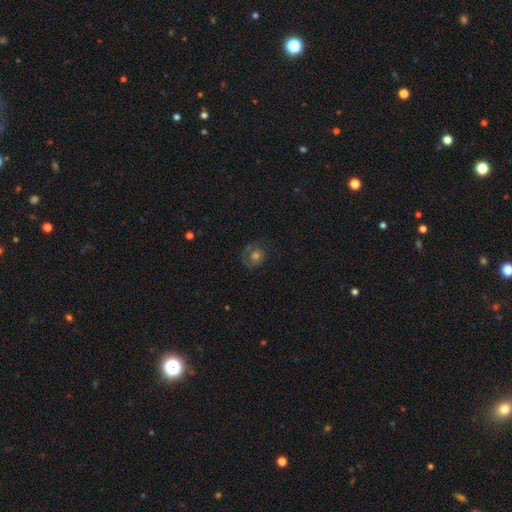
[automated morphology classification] smooth_or_featured: featured or disk (p=0.43) [alt: smooth p=0.41]
merging: none (p=0.62) [alt: minor disturbance p=0.19]